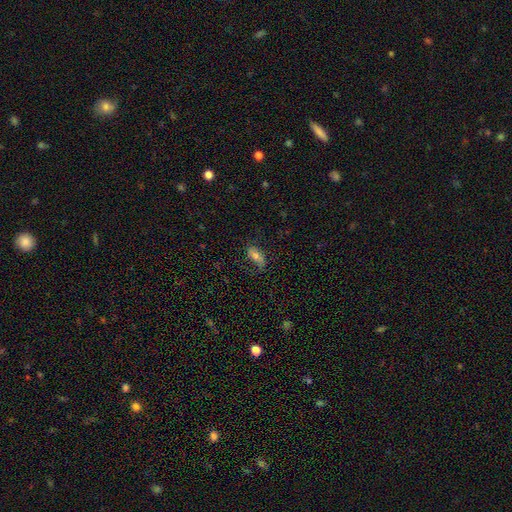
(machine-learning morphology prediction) Smooth or featured? smooth (57%)
How rounded? in between (85%)
Merging? none (68%)